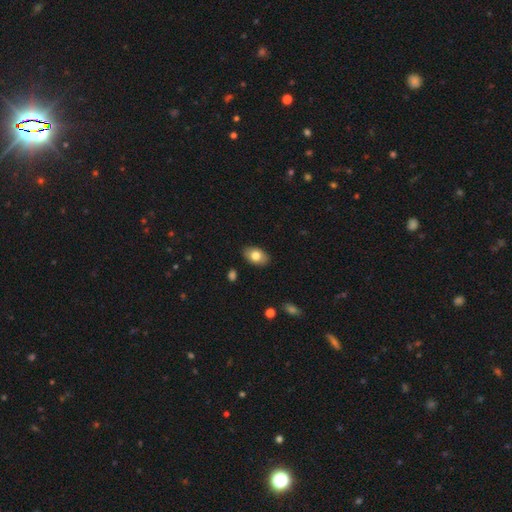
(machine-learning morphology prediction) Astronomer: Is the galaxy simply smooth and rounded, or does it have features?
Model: smooth — 79%.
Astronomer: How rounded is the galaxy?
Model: in between — 88%.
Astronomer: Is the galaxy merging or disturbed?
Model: none — 87%.